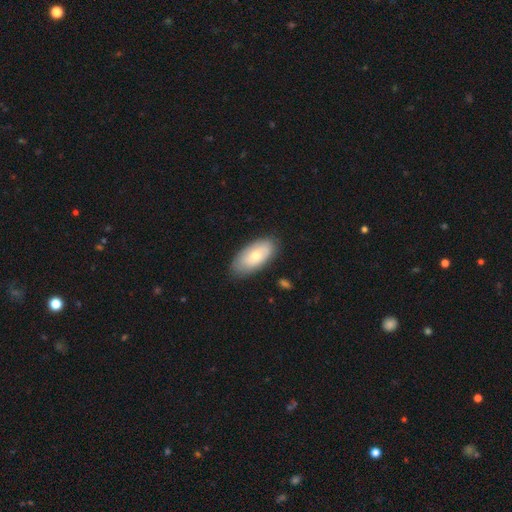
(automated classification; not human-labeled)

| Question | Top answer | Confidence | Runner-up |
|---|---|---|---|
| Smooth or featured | smooth | 66% | featured or disk (29%) |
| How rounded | in between | 93% | cigar-shaped (4%) |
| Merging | none | 81% | minor disturbance (15%) |